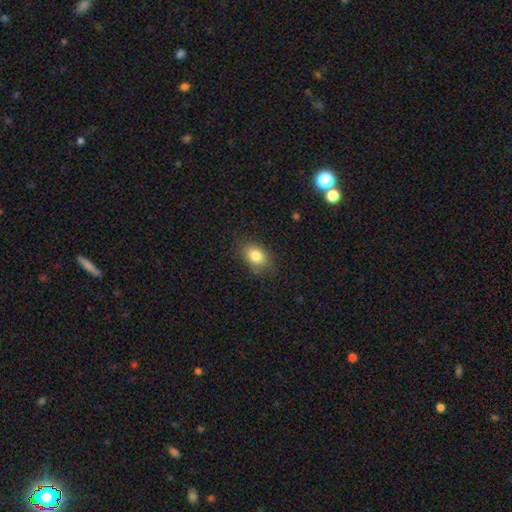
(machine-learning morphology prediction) Q: Smooth or featured?
A: smooth (82%); runner-up: star or artifact (9%)
Q: How rounded?
A: in between (75%); runner-up: round (23%)
Q: Merging?
A: none (79%); runner-up: minor disturbance (16%)